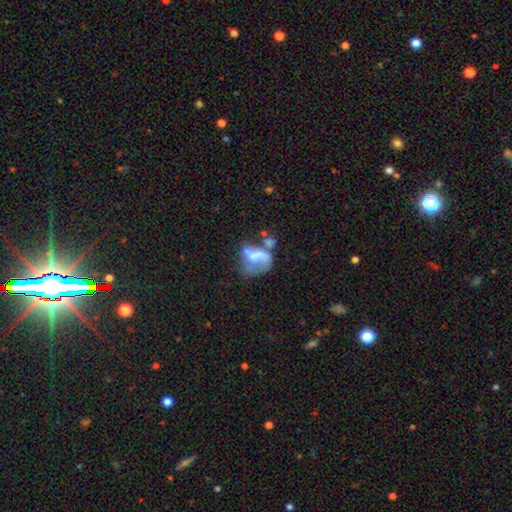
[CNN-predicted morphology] This appears to be a featured or disk galaxy (50%). Merging: major disturbance (38%).